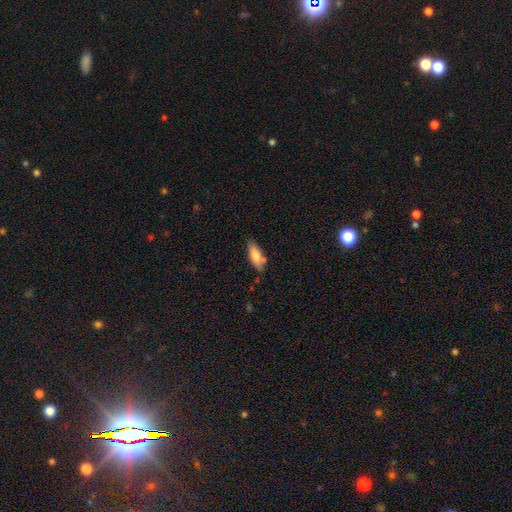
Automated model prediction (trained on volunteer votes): Q: Smooth or featured?
A: smooth (77%); runner-up: featured or disk (16%)
Q: How rounded?
A: in between (67%); runner-up: cigar-shaped (31%)
Q: Merging?
A: none (72%); runner-up: minor disturbance (18%)